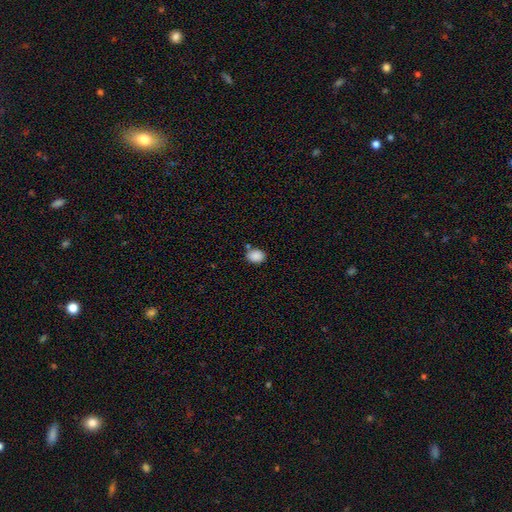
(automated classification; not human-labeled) This appears to be a smooth galaxy with no disk features (88%) that is in between round and cigar-shaped (56%). Merging: none (77%).